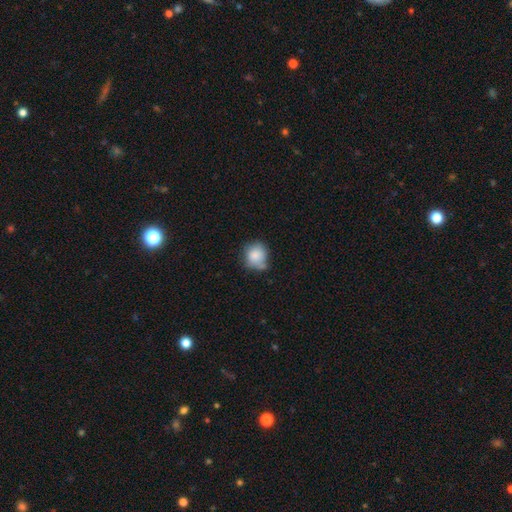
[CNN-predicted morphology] Overall: smooth (84%). How rounded: round (83%). Merging: none (58%; minor disturbance 27%).